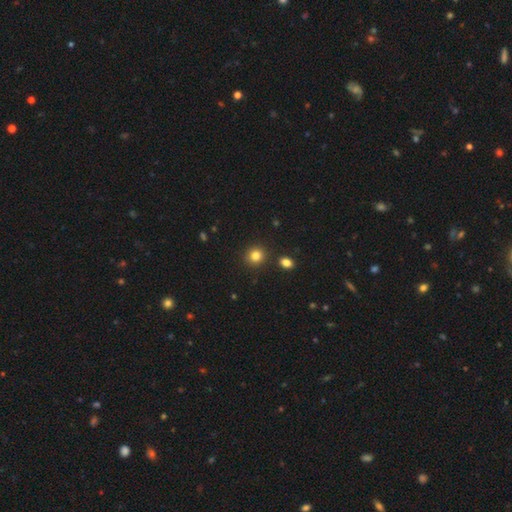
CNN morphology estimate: A smooth galaxy with no disk features (83%) that is round (88%).

Vote fractions:
- Smooth or featured? smooth: 83% / star or artifact: 12% / featured or disk: 5%
- How rounded? round: 88% / in between: 11% / cigar-shaped: 1%
- Merging? none: 87% / minor disturbance: 6% / merger: 4% / major disturbance: 2%